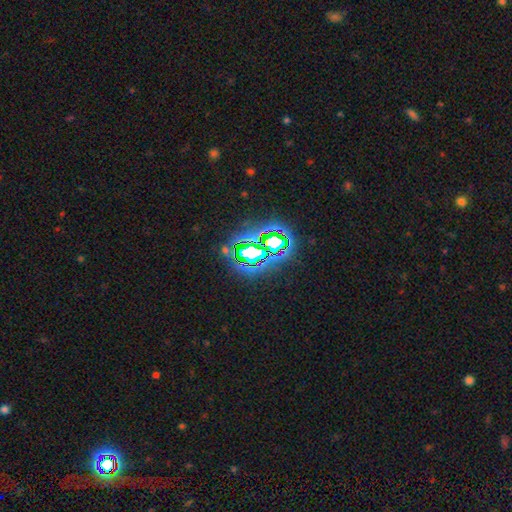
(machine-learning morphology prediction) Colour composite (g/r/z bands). It shows a star or artifact, not a galaxy (72%).